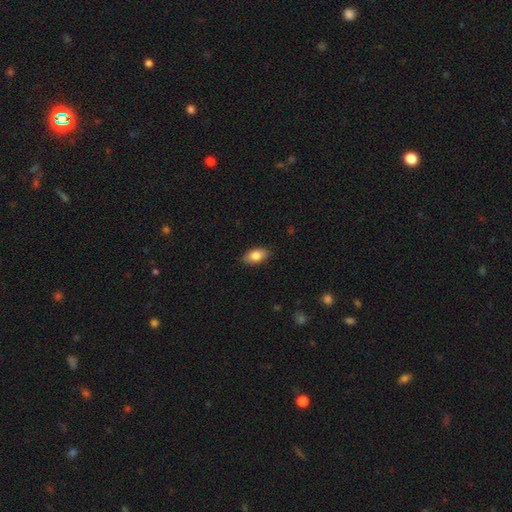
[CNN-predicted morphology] A smooth galaxy with no disk features (83%) that is in between round and cigar-shaped (91%). Merging: none (87%).